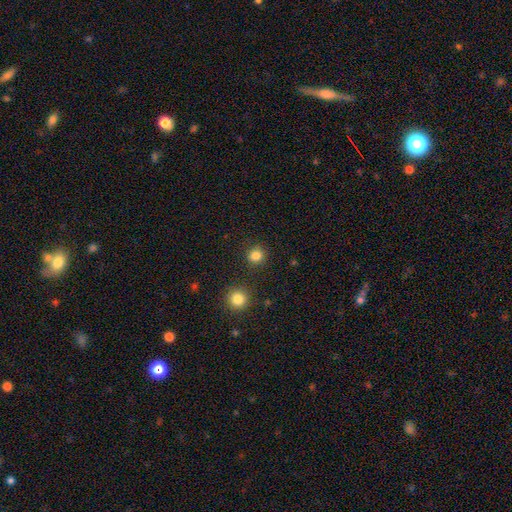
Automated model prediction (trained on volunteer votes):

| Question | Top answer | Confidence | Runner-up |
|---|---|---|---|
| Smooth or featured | smooth | 83% | star or artifact (13%) |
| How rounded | round | 88% | in between (11%) |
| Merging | none | 87% | minor disturbance (7%) |